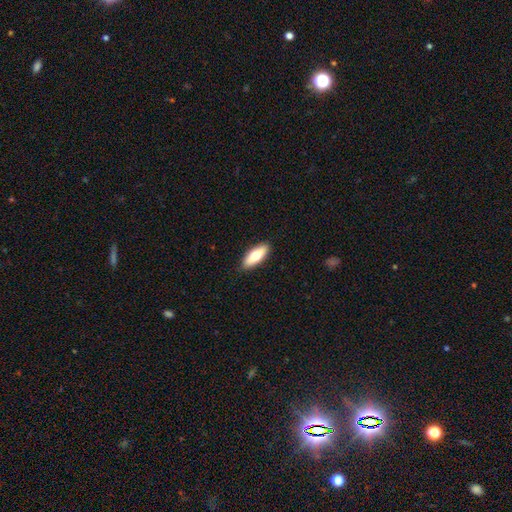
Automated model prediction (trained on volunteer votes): Morphology: type=smooth (67%); roundness=in between (66%); merging=none (88%).